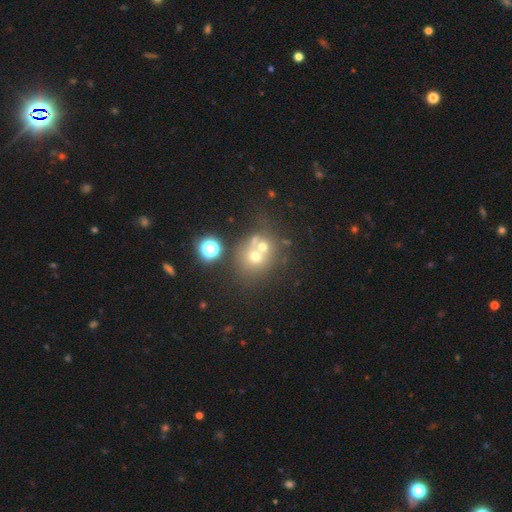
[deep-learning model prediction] Smooth or featured: smooth — 51% (star or artifact — 25%)
How rounded: round — 77% (in between — 22%)
Merging: merger — 43% (none — 42%)